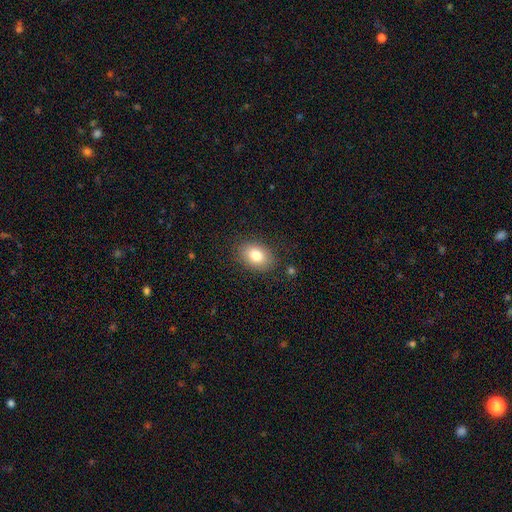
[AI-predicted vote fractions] smooth-or-featured: smooth: 80% | featured or disk: 11% | star or artifact: 9%
  how-rounded: in between: 76% | round: 23% | cigar-shaped: 1%
  merging: none: 84% | minor disturbance: 11% | major disturbance: 3% | merger: 2%